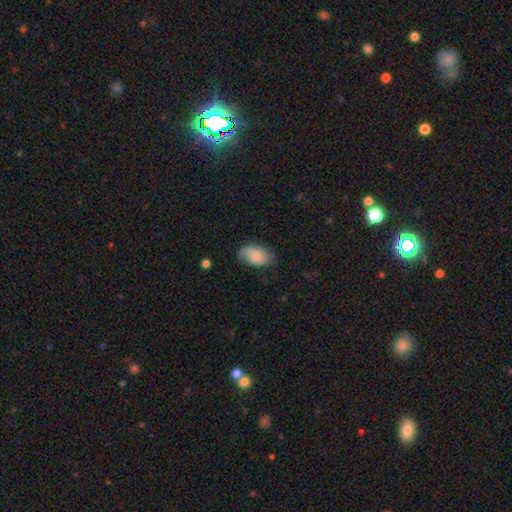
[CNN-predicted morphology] Smooth or featured: smooth — 73% (featured or disk — 20%)
How rounded: in between — 90% (round — 9%)
Merging: none — 54% (minor disturbance — 33%)